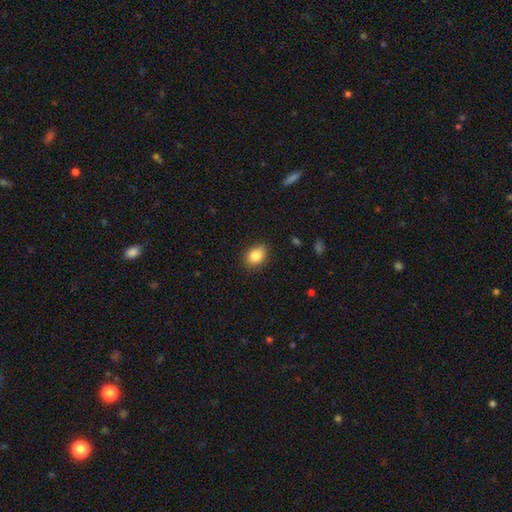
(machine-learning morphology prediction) A smooth galaxy with no disk features (86%) that is in between round and cigar-shaped (68%).

Vote fractions:
- Smooth or featured? smooth: 86% / star or artifact: 9% / featured or disk: 6%
- How rounded? in between: 68% / round: 31% / cigar-shaped: 1%
- Merging? none: 82% / minor disturbance: 14% / major disturbance: 3% / merger: 1%